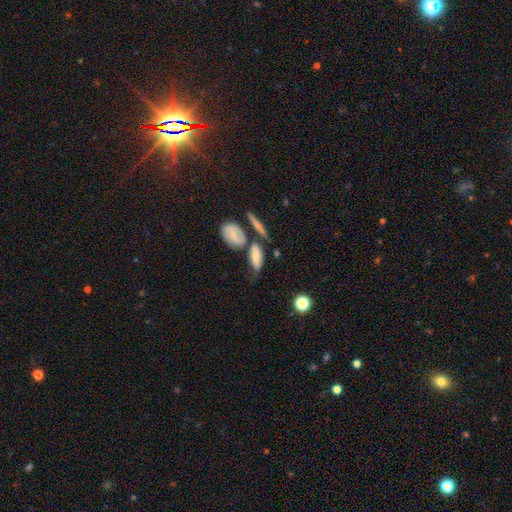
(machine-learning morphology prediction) The model was most divided on "merging": none: 43%, merger: 28%, minor disturbance: 20%, major disturbance: 10%. More confident: how rounded — in between (76%); smooth or featured — smooth (65%).